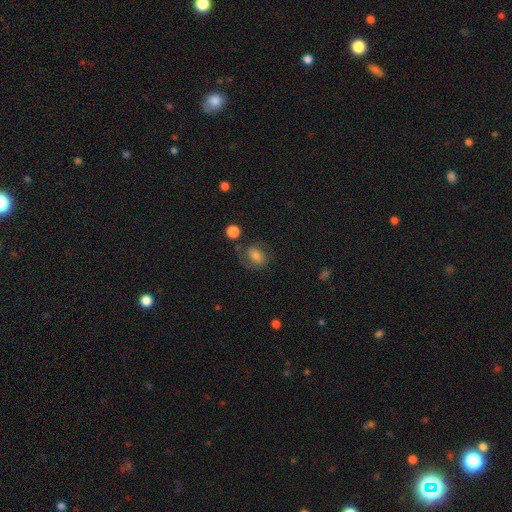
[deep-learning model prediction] A smooth galaxy with no disk features (61%) that is in between round and cigar-shaped (53%).

Vote fractions:
- Smooth or featured? smooth: 61% / featured or disk: 28% / star or artifact: 11%
- How rounded? in between: 53% / round: 46% / cigar-shaped: 1%
- Merging? none: 63% / minor disturbance: 20% / major disturbance: 12% / merger: 5%